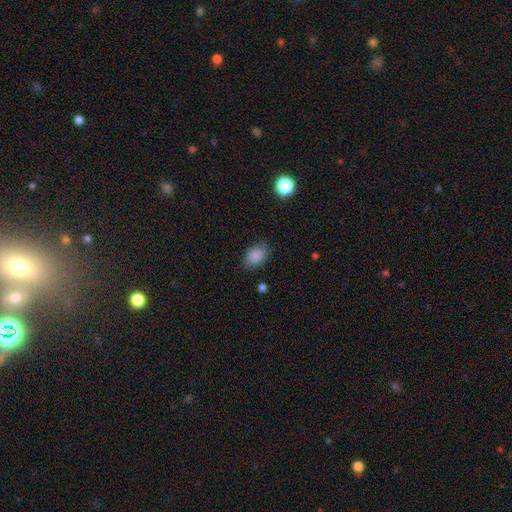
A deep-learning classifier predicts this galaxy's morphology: Smooth or featured? smooth (86%)
How rounded? in between (82%)
Merging? none (81%)